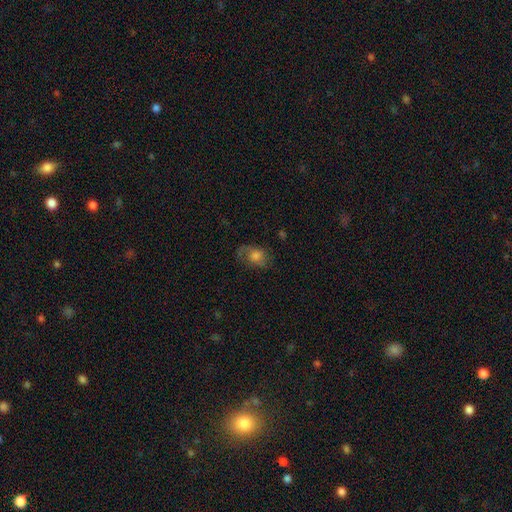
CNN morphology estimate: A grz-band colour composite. It shows a smooth galaxy with no disk features (58%) that is in between round and cigar-shaped (63%). Merging: none (59%).